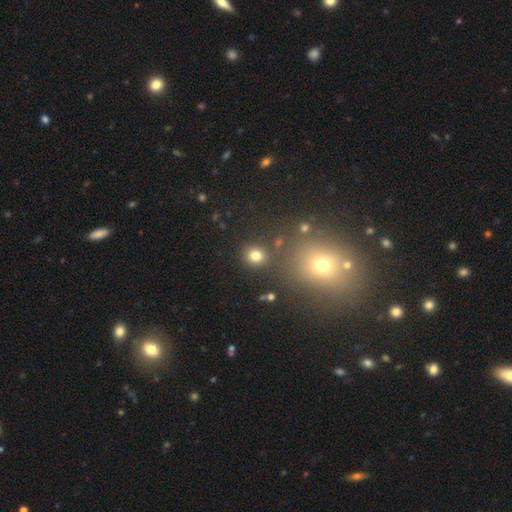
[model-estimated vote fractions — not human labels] The model was most divided on "smooth or featured": smooth: 79%, star or artifact: 15%, featured or disk: 6%. More confident: merging — none (84%); how rounded — round (84%).